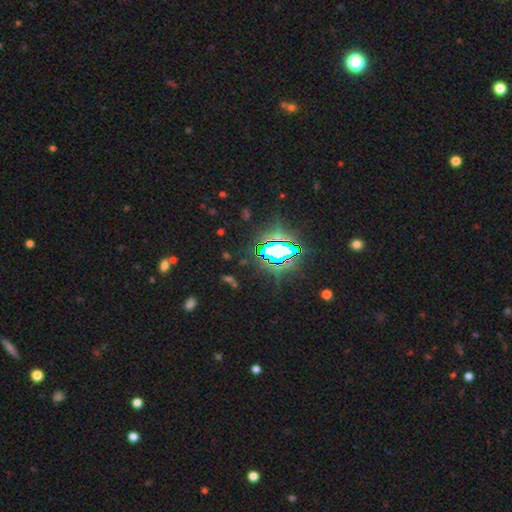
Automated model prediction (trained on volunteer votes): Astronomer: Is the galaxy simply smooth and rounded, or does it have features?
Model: star or artifact — 82%.